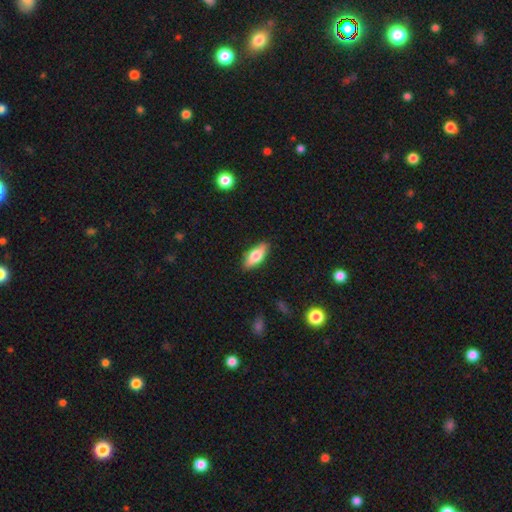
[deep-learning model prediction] Smooth or featured? smooth (65%)
How rounded? in between (68%)
Merging? none (87%)